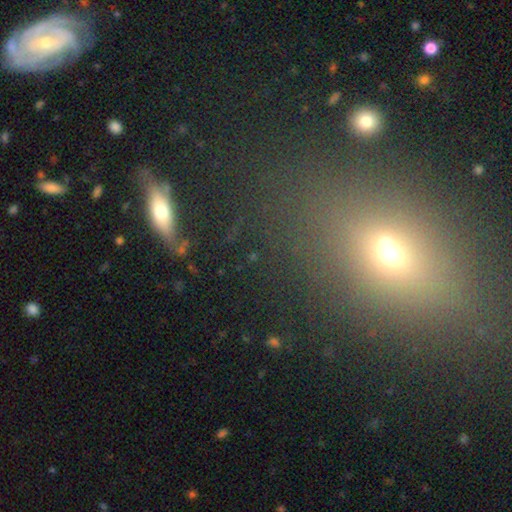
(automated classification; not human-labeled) This is marginally a smooth galaxy (39%). Merging: likely none (76%).